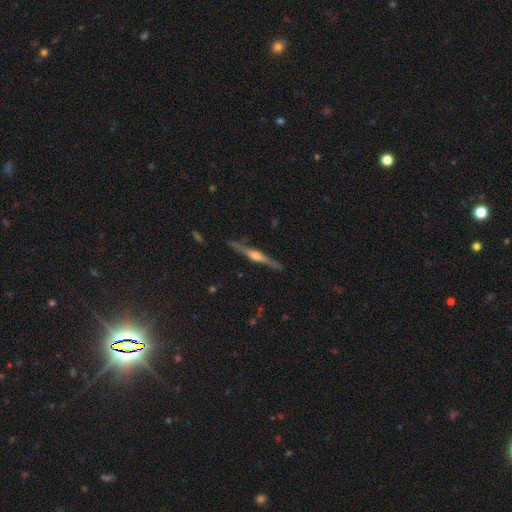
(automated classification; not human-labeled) Q: Smooth or featured?
A: featured or disk (72%); runner-up: smooth (22%)
Q: Edge-on disk?
A: yes (96%); runner-up: no (4%)
Q: Edge-on bulge?
A: rounded (78%); runner-up: boxy (13%)
Q: Merging?
A: none (82%); runner-up: minor disturbance (13%)